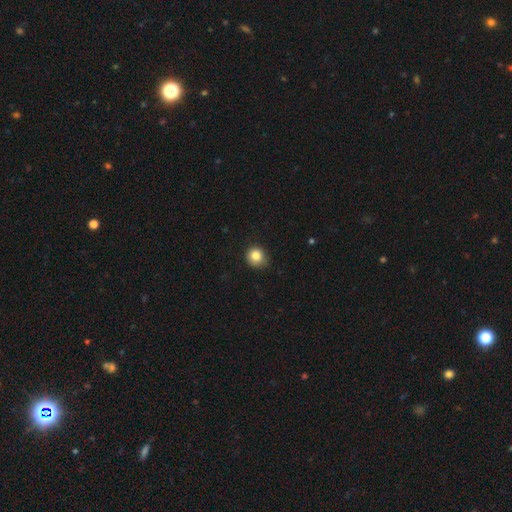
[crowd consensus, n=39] A smooth galaxy with no disk features (85%) that is round (97%).

Vote fractions:
- Smooth or featured? smooth: 85% / star or artifact: 13% / featured or disk: 3%
- How rounded? round: 97% / in between: 3% / cigar-shaped: 0%
- Merging? none: 76% / minor disturbance: 24% / major disturbance: 0% / merger: 0%